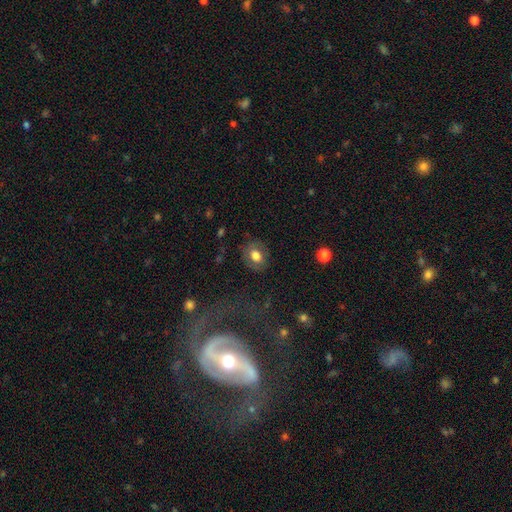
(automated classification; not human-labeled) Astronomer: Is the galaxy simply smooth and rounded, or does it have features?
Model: smooth — 71%.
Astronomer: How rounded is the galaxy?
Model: in between — 55% (runner-up: round, 44%).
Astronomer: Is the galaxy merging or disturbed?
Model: none — 81%.